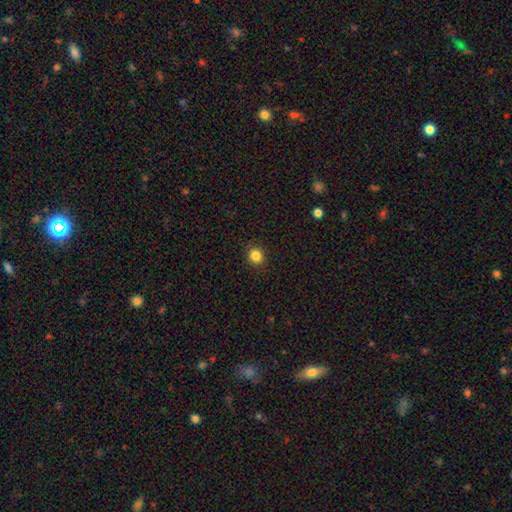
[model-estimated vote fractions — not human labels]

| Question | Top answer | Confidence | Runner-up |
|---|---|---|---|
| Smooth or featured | smooth | 85% | star or artifact (12%) |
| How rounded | round | 85% | in between (15%) |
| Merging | none | 91% | minor disturbance (6%) |